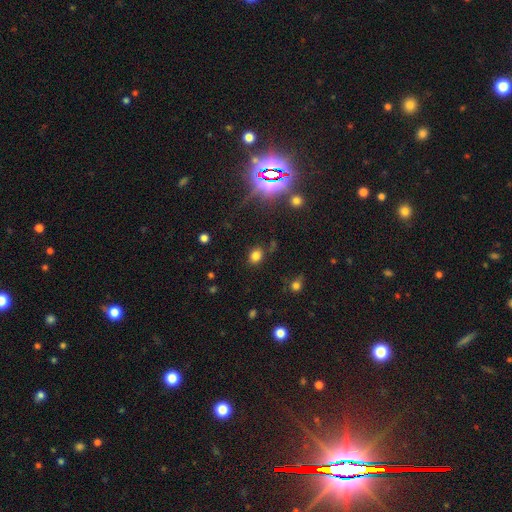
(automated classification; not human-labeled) Smooth or featured?
  - smooth: 75% *
  - star or artifact: 18%
  - featured or disk: 6%
How rounded?
  - round: 51% *
  - in between: 48%
  - cigar-shaped: 1%
Merging?
  - none: 82% *
  - minor disturbance: 11%
  - major disturbance: 4%
  - merger: 3%